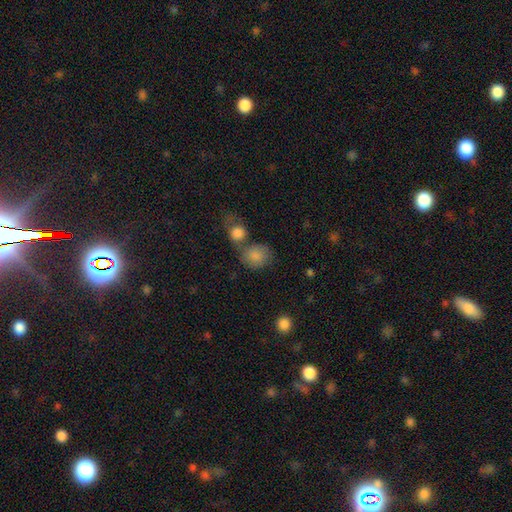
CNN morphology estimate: Smooth or featured? Predicted: smooth (p=0.84). How rounded? Predicted: round (p=0.72). Merging? Predicted: none (p=0.47).